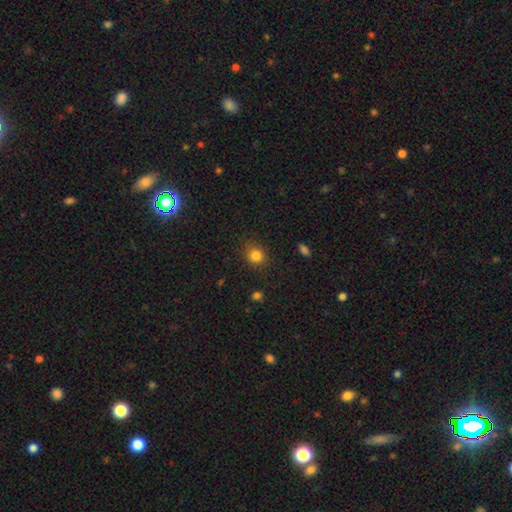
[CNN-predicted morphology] smooth 83%, star or artifact 12%, featured or disk 5%. Down the decision tree: how rounded — round (80%); merging — none (83%).